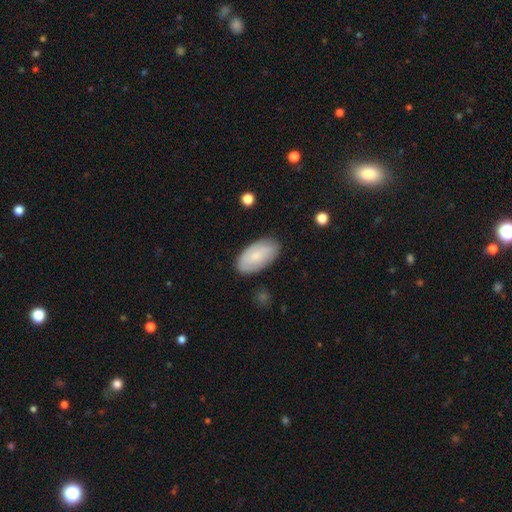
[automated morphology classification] smooth_or_featured: smooth (p=0.75) [alt: featured or disk p=0.19]
how_rounded: in between (p=0.95) [alt: round p=0.03]
merging: none (p=0.83) [alt: minor disturbance p=0.13]